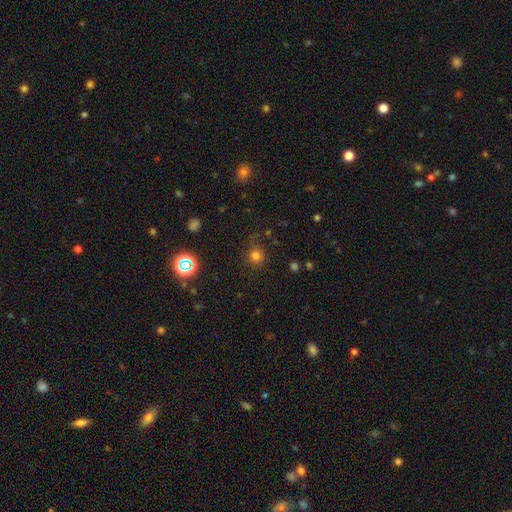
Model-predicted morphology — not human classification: This appears to be a smooth galaxy with no disk features (74%) that is round (89%). Merging: none (77%).